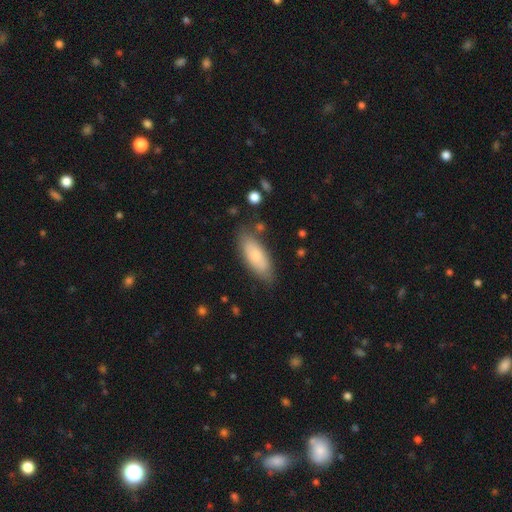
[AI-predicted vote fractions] Smooth or featured? smooth (72%)
How rounded? in between (78%)
Merging? none (77%)